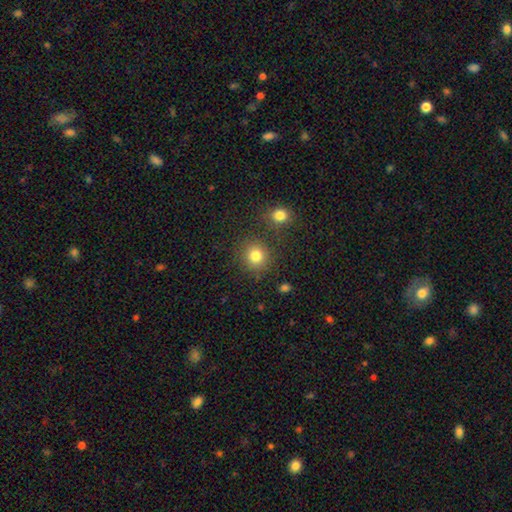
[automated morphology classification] A smooth galaxy with no disk features (82%) that is round (88%).

Vote fractions:
- Smooth or featured? smooth: 82% / star or artifact: 12% / featured or disk: 6%
- How rounded? round: 88% / in between: 11% / cigar-shaped: 1%
- Merging? none: 81% / minor disturbance: 8% / merger: 7% / major disturbance: 3%